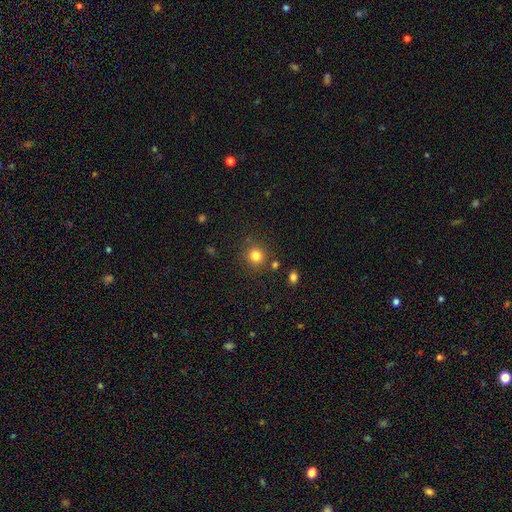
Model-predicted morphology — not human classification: smooth_or_featured: smooth (p=0.81) [alt: star or artifact p=0.13]
how_rounded: round (p=0.90) [alt: in between p=0.09]
merging: none (p=0.82) [alt: minor disturbance p=0.09]